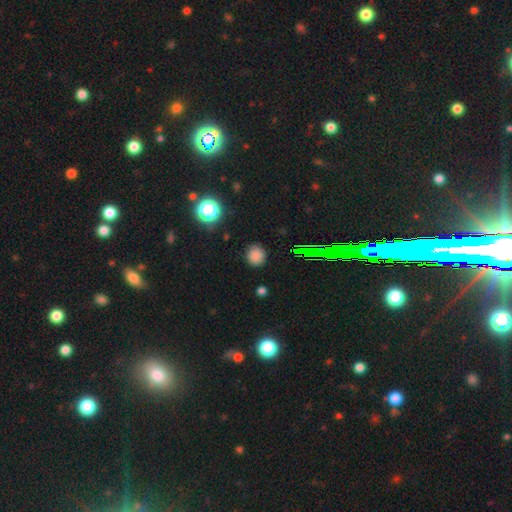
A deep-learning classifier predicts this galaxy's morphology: type=smooth (79%); roundness=round (83%); merging=none (87%).